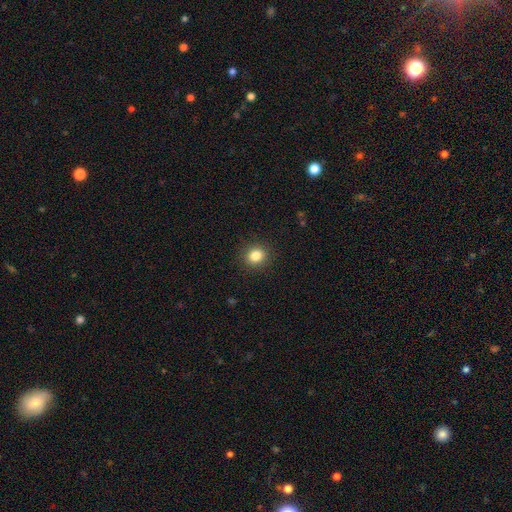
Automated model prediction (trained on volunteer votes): This appears to be a smooth galaxy with no disk features (84%) that is round (73%). Merging: none (90%).